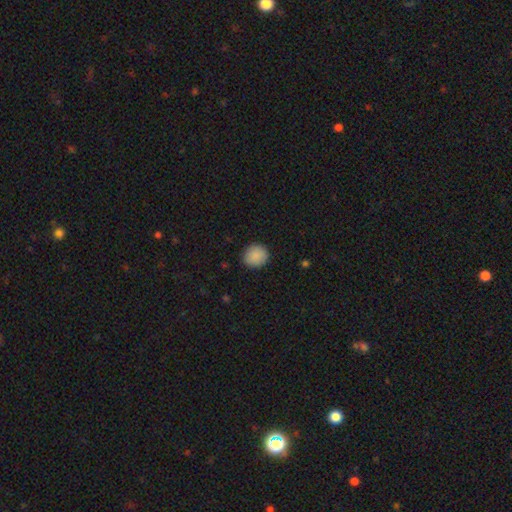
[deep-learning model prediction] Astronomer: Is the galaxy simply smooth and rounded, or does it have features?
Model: smooth — 89%.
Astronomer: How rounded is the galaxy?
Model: round — 87%.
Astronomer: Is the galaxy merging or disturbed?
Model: none — 89%.